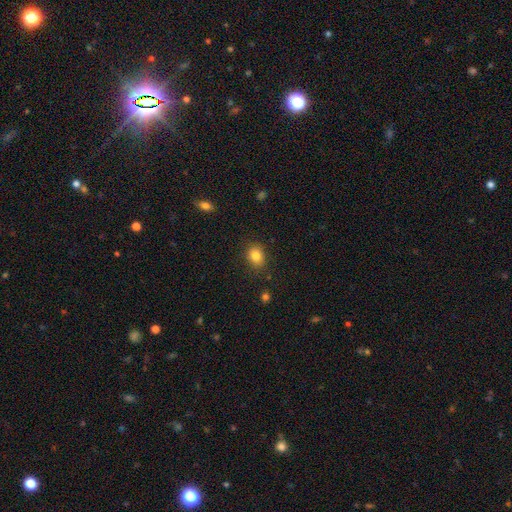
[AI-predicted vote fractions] Smooth or featured? Predicted: smooth (p=0.83). How rounded? Predicted: in between (p=0.51). Merging? Predicted: none (p=0.85).